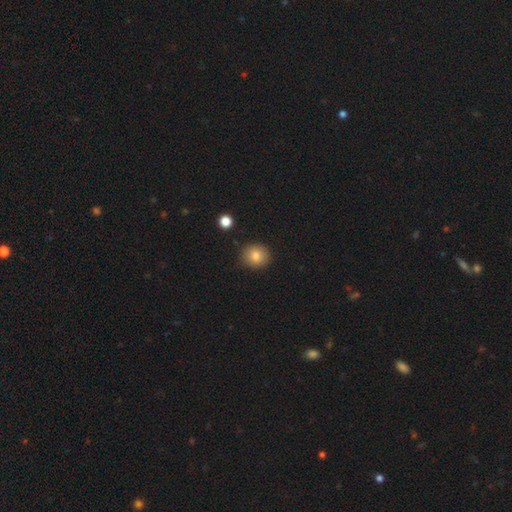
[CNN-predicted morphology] A smooth galaxy with no disk features (83%) that is round (84%).

Vote fractions:
- Smooth or featured? smooth: 83% / star or artifact: 10% / featured or disk: 7%
- How rounded? round: 84% / in between: 15% / cigar-shaped: 1%
- Merging? none: 88% / minor disturbance: 8% / major disturbance: 2% / merger: 2%